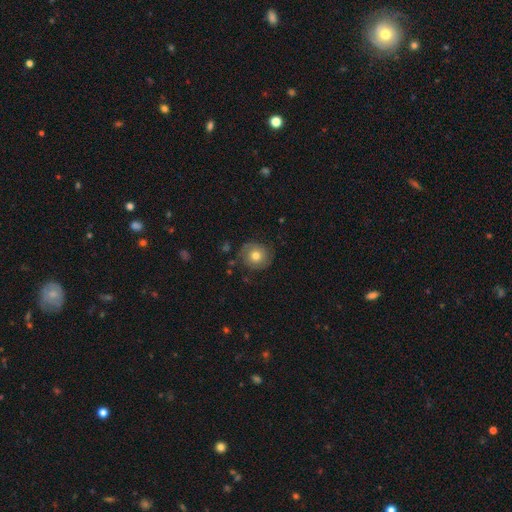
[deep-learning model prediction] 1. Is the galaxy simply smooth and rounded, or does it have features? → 60% smooth, 30% featured or disk, 10% star or artifact.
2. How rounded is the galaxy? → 91% round, 8% in between, 1% cigar-shaped.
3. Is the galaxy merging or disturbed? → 80% none, 14% minor disturbance, 5% major disturbance, 2% merger.